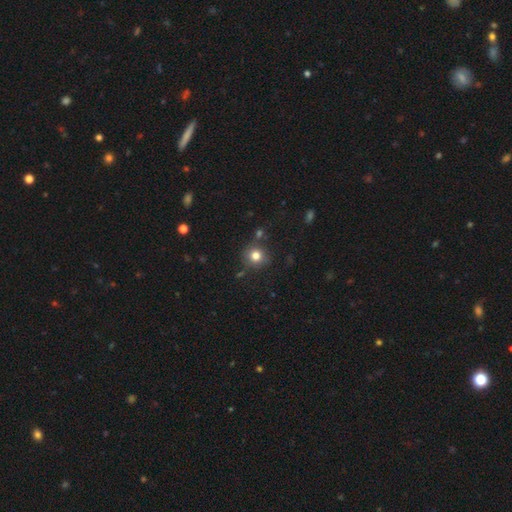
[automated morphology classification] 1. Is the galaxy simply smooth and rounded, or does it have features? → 79% smooth, 12% star or artifact, 8% featured or disk.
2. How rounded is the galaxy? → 90% round, 9% in between, 1% cigar-shaped.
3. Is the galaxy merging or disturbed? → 80% none, 11% minor disturbance, 6% merger, 3% major disturbance.